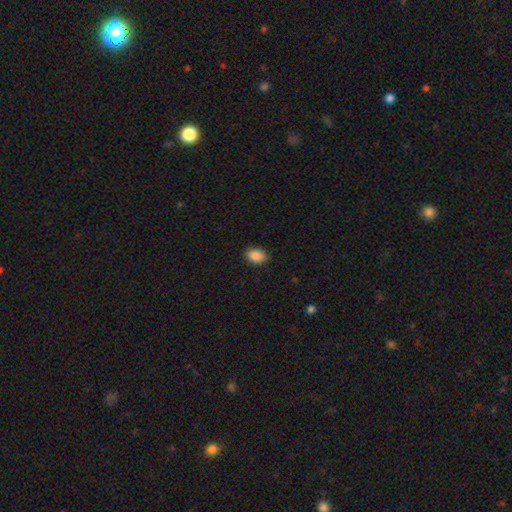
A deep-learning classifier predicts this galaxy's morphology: This is clearly a smooth galaxy (88%). How rounded: clearly in between (82%). Merging: clearly none (88%).